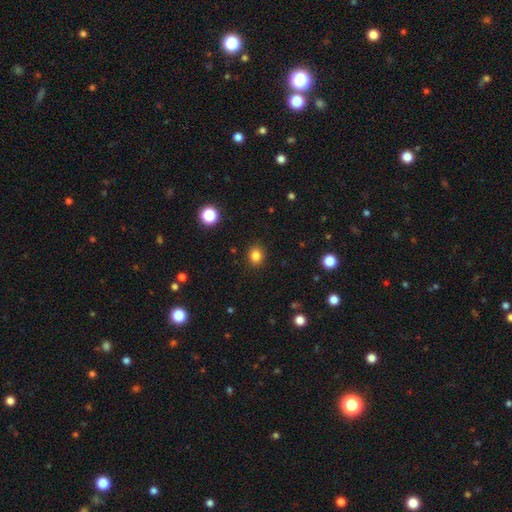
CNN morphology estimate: A smooth galaxy with no disk features (84%) that is round (71%). Merging: none (90%).